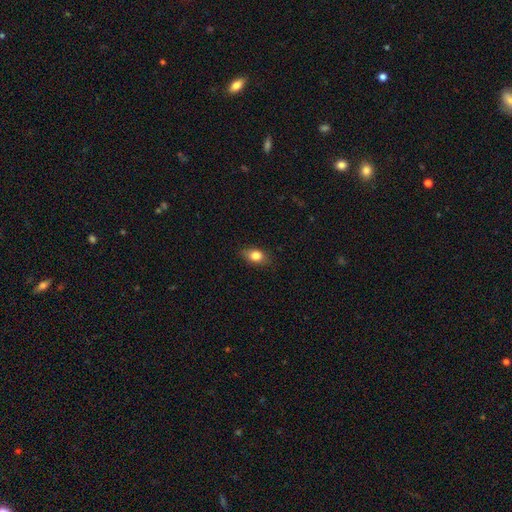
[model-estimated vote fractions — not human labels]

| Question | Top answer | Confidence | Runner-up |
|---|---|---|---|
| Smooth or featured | smooth | 81% | featured or disk (10%) |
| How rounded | in between | 78% | round (19%) |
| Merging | none | 80% | minor disturbance (16%) |